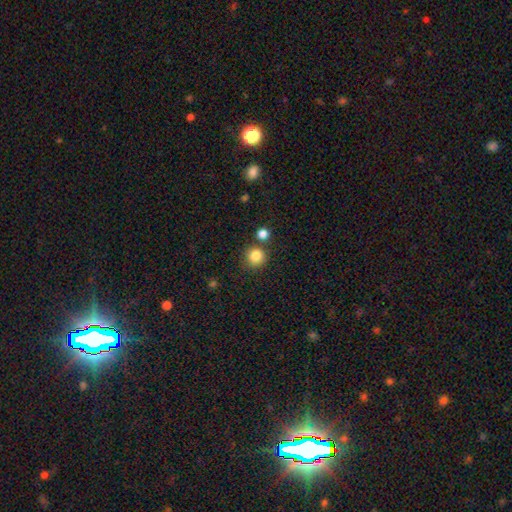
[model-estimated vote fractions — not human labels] This is clearly a smooth galaxy (84%). How rounded: clearly round (92%). Merging: likely none (76%).